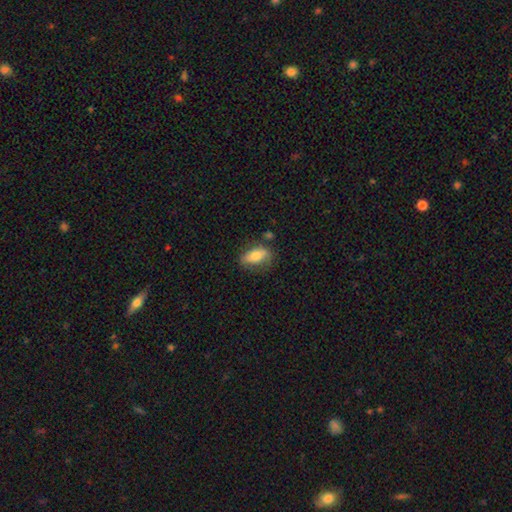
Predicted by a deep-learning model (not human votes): Smooth or featured: smooth — 73% (featured or disk — 20%)
How rounded: in between — 86% (cigar-shaped — 9%)
Merging: none — 69% (minor disturbance — 21%)